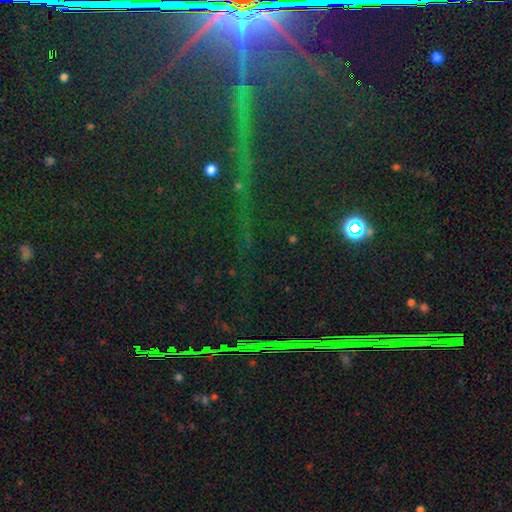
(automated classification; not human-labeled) A star or artifact, not a galaxy (83%).

Vote fractions:
- Smooth or featured? star or artifact: 83% / smooth: 9% / featured or disk: 9%